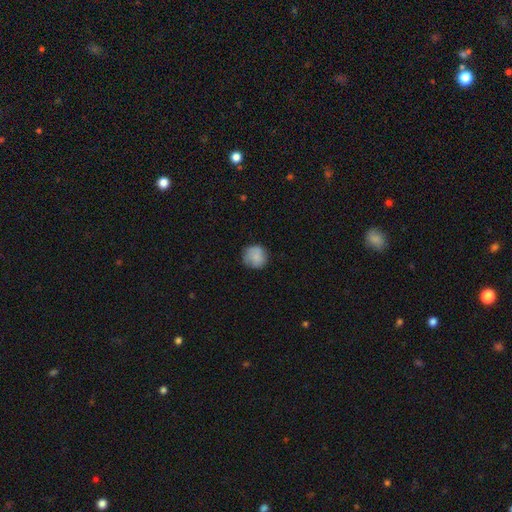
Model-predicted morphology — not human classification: A smooth galaxy with no disk features (81%) that is round (90%).

Vote fractions:
- Smooth or featured? smooth: 81% / featured or disk: 11% / star or artifact: 8%
- How rounded? round: 90% / in between: 9% / cigar-shaped: 1%
- Merging? none: 73% / minor disturbance: 21% / major disturbance: 6% / merger: 1%